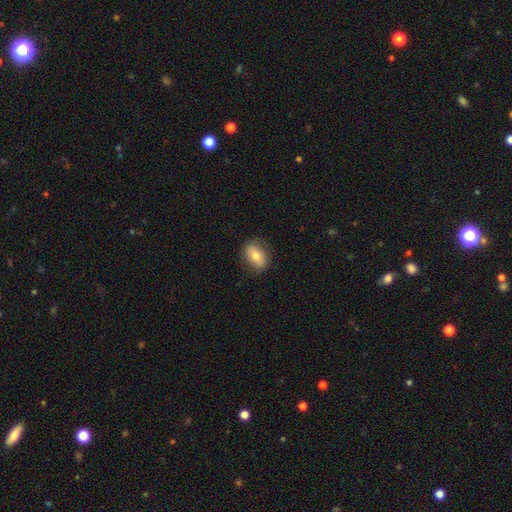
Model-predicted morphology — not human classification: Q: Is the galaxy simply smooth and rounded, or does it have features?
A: smooth — 72%.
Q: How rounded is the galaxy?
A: in between — 82%.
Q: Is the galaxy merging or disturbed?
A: none — 82%.